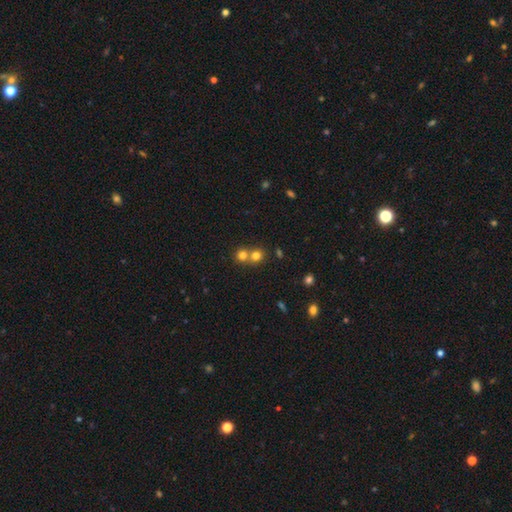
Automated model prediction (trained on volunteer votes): This appears to be a smooth galaxy with no disk features (76%) that is round (86%). Merging: merger (48%).